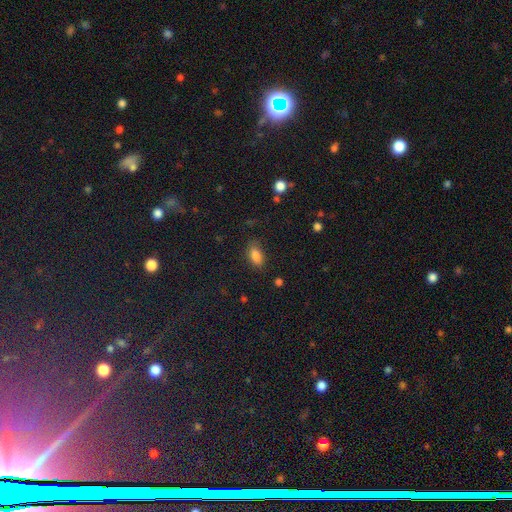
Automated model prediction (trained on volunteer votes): This is clearly a smooth galaxy (85%). How rounded: clearly in between (90%). Merging: likely none (77%).